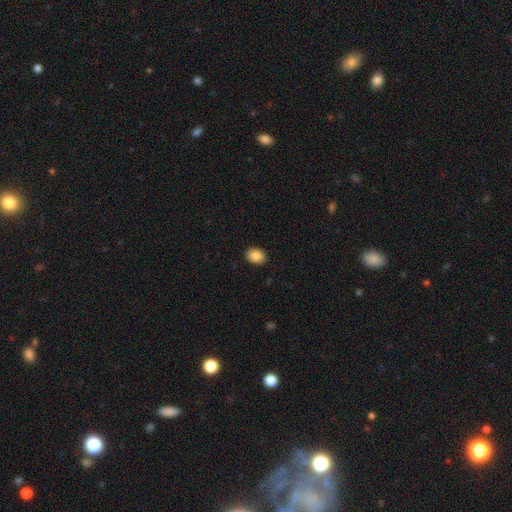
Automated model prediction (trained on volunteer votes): This is clearly a smooth galaxy (87%). How rounded: likely in between (61%). Merging: clearly none (90%).